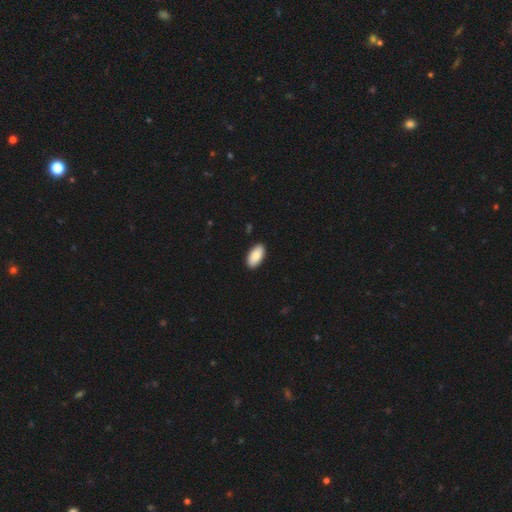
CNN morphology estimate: Overall: smooth (87%). How rounded: in between (94%). Merging: none (90%).